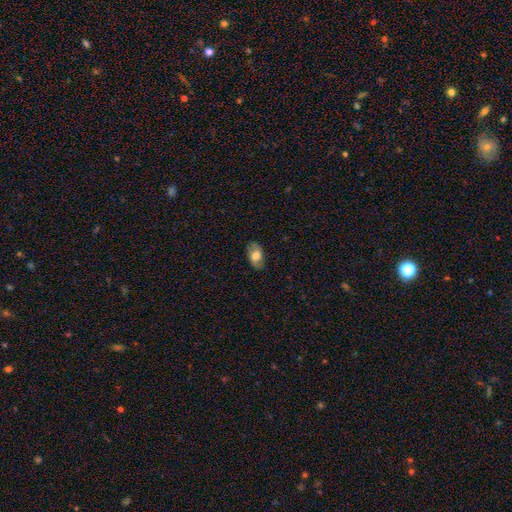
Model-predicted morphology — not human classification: smooth 65%, featured or disk 27%, star or artifact 7%. Down the decision tree: how rounded — in between (91%); merging — none (82%).